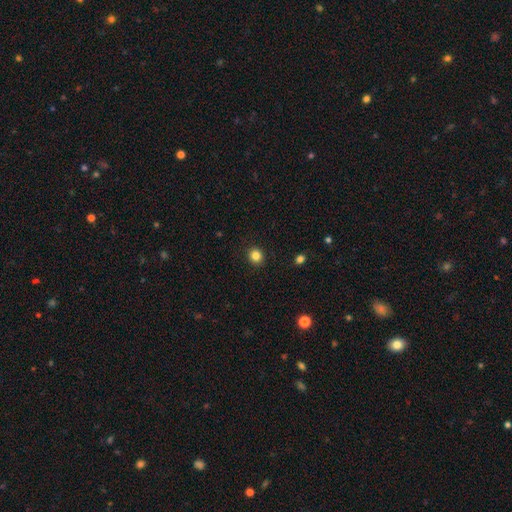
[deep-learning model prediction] This appears to be a smooth galaxy with no disk features (84%) that is round (86%). Merging: none (91%).